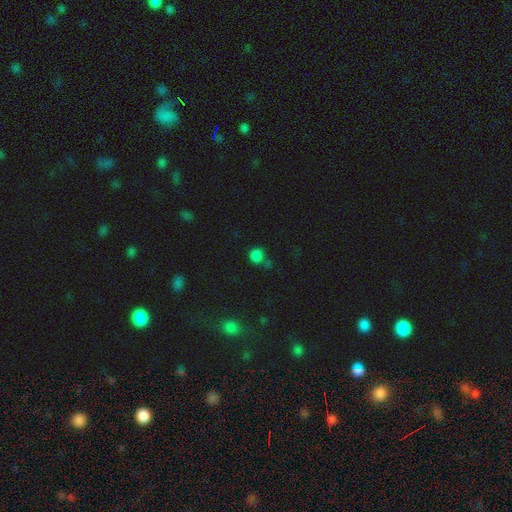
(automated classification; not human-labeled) Smooth or featured?
  - smooth: 78% *
  - star or artifact: 18%
  - featured or disk: 5%
How rounded?
  - round: 88% *
  - in between: 11%
  - cigar-shaped: 1%
Merging?
  - none: 64% *
  - minor disturbance: 15%
  - merger: 15%
  - major disturbance: 6%